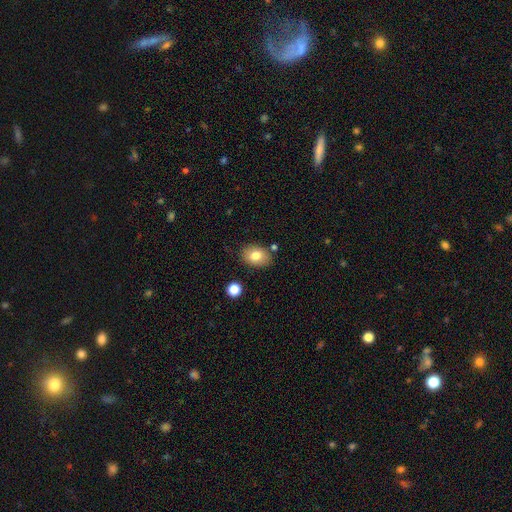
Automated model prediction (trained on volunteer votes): Smooth or featured? smooth (79%)
How rounded? in between (75%)
Merging? none (82%)